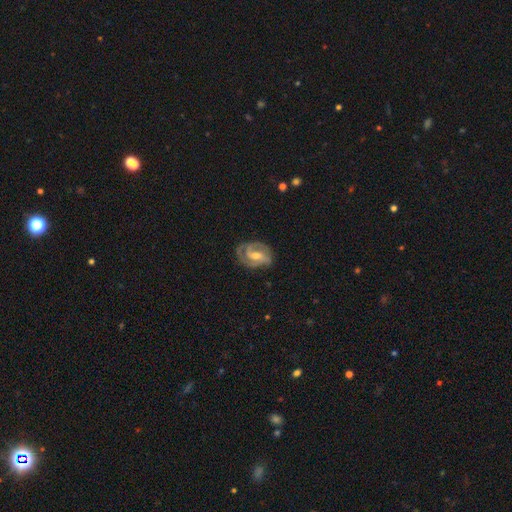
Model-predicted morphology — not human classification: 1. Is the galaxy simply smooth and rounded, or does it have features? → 84% featured or disk, 11% smooth, 5% star or artifact.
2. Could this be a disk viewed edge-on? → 97% no, 3% yes.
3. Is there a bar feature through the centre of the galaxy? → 47% weak, 28% strong, 25% no.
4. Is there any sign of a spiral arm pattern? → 95% yes, 5% no.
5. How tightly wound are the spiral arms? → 45% medium, 43% tight, 12% loose.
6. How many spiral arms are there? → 54% 2, 24% 3, 12% can't tell, 5% 1, 3% 4, 3% more than 4.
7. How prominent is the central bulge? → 58% moderate, 35% small, 4% large, 2% none, 1% dominant.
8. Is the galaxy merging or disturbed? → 67% none, 21% minor disturbance, 10% major disturbance, 2% merger.